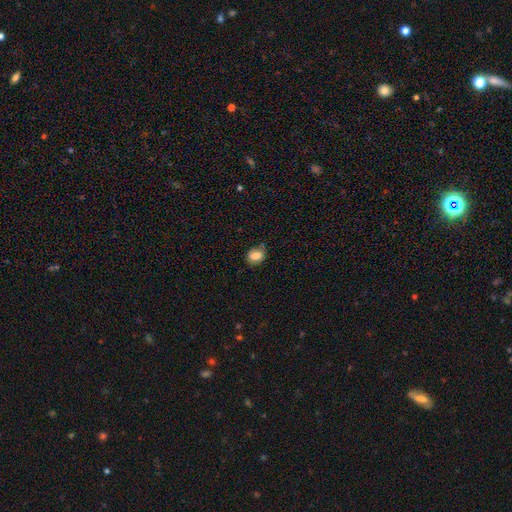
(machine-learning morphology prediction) type=smooth (80%); roundness=in between (56%); merging=none (72%).